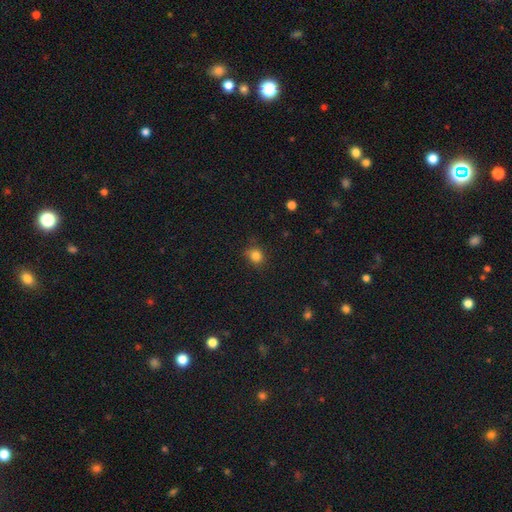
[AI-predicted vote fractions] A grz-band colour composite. It shows a smooth galaxy with no disk features (83%) that is round (76%). Merging: none (77%).